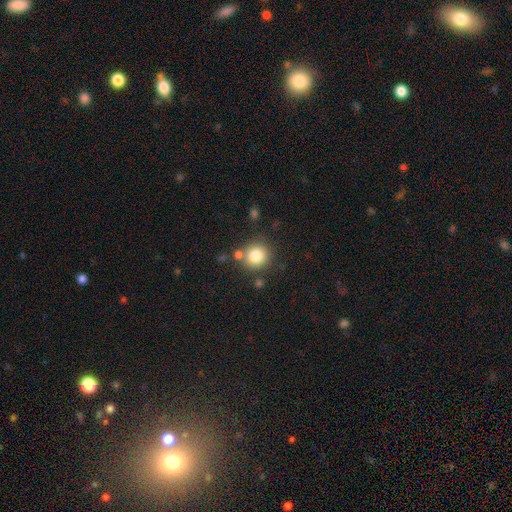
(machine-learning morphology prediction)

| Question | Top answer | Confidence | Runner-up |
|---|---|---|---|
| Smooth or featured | smooth | 81% | star or artifact (11%) |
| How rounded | round | 91% | in between (8%) |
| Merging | none | 75% | merger (11%) |